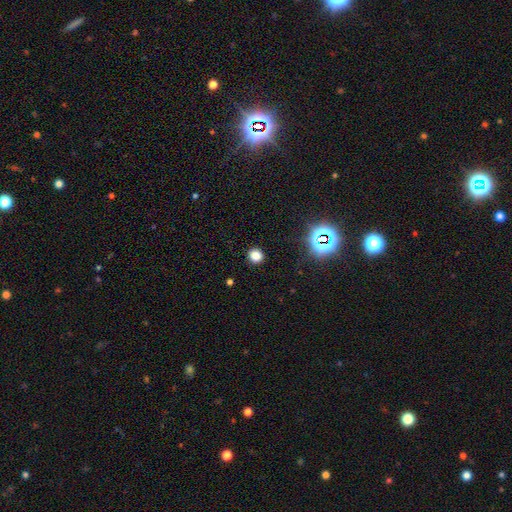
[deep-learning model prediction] Q: Smooth or featured?
A: smooth (77%); runner-up: star or artifact (19%)
Q: How rounded?
A: round (90%); runner-up: in between (9%)
Q: Merging?
A: none (91%); runner-up: minor disturbance (5%)